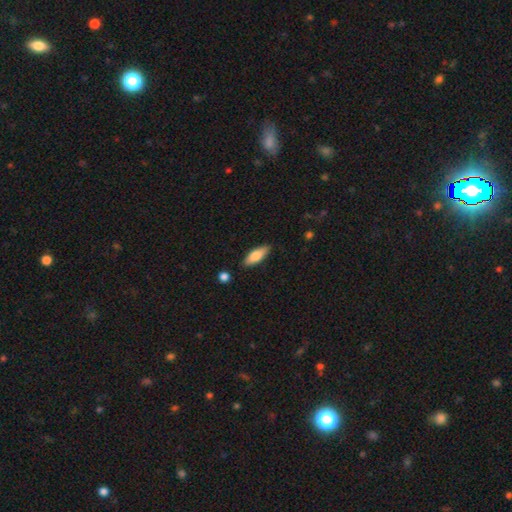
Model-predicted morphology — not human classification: This is likely a smooth galaxy (75%). How rounded: likely in between (67%). Merging: clearly none (86%).